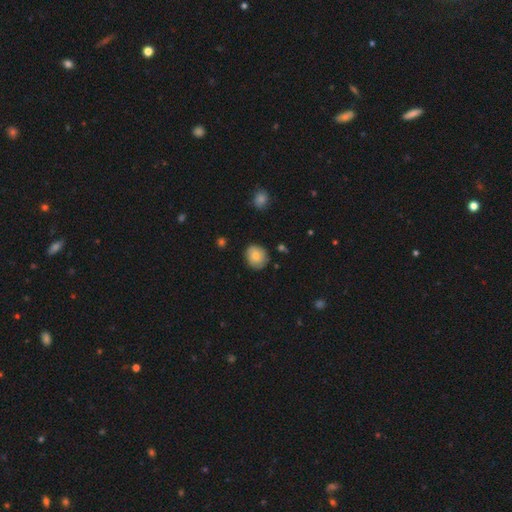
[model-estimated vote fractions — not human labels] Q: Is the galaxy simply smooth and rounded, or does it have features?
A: smooth — 75%.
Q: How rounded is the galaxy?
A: round — 76%.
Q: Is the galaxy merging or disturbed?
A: none — 79%.